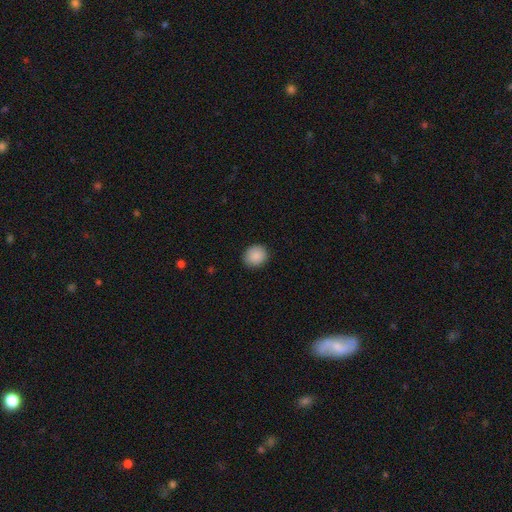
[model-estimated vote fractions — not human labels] Smooth or featured? Predicted: smooth (p=0.89). How rounded? Predicted: round (p=0.79). Merging? Predicted: none (p=0.88).